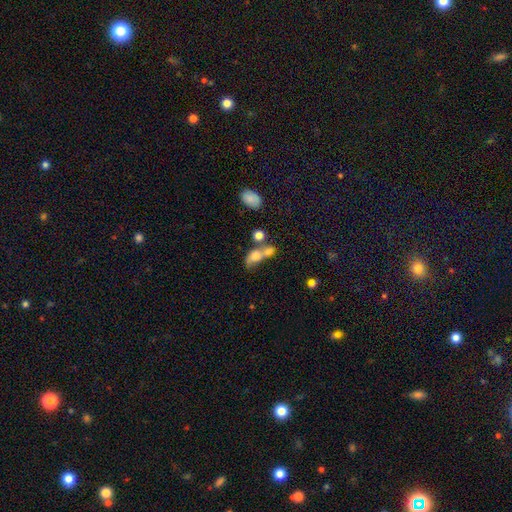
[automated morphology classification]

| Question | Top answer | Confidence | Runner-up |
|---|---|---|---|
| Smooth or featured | smooth | 65% | featured or disk (23%) |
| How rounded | in between | 68% | round (26%) |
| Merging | merger | 58% | none (19%) |